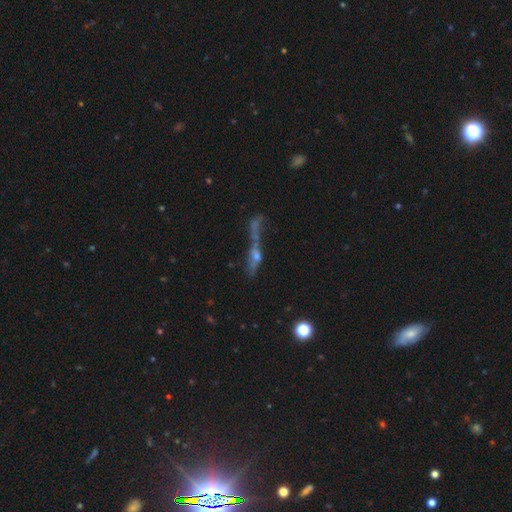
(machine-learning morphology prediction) Smooth or featured? featured or disk (48%)
Merging? merger (45%)